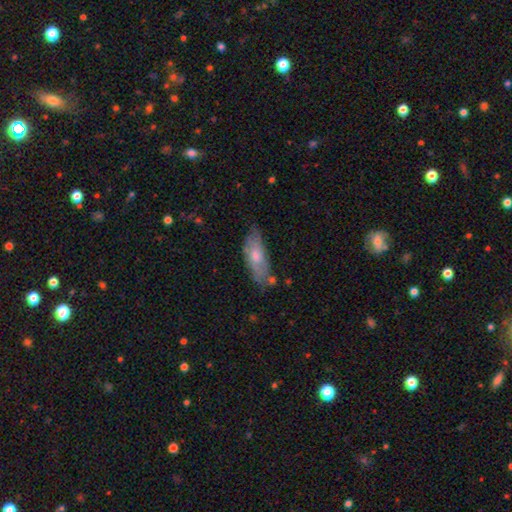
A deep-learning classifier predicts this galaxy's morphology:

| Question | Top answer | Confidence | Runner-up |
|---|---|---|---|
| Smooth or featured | smooth | 55% | featured or disk (38%) |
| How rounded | in between | 62% | cigar-shaped (35%) |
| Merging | none | 66% | minor disturbance (25%) |